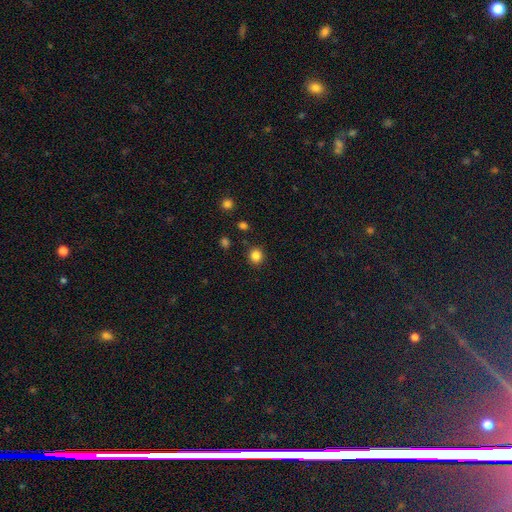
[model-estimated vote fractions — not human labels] This appears to be a smooth galaxy with no disk features (85%) that is round (89%). Merging: none (90%).